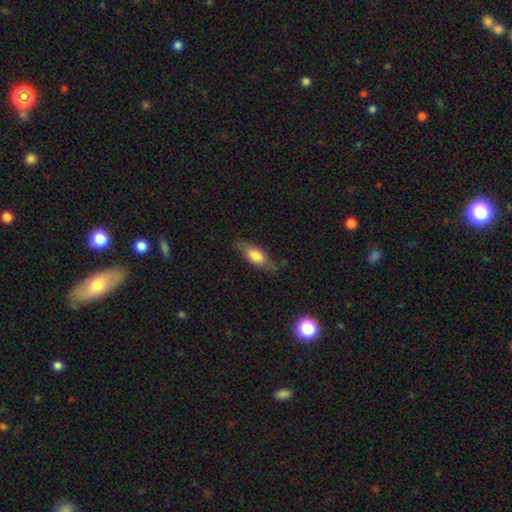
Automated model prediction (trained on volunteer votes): smooth-or-featured: smooth: 68% | featured or disk: 25% | star or artifact: 7%
  how-rounded: in between: 69% | cigar-shaped: 27% | round: 3%
  merging: none: 71% | minor disturbance: 21% | major disturbance: 6% | merger: 2%